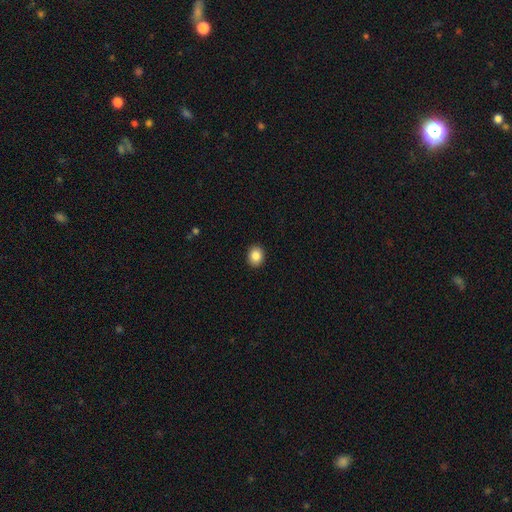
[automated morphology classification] This appears to be a smooth galaxy with no disk features (86%) that is round (53%). Merging: none (91%).